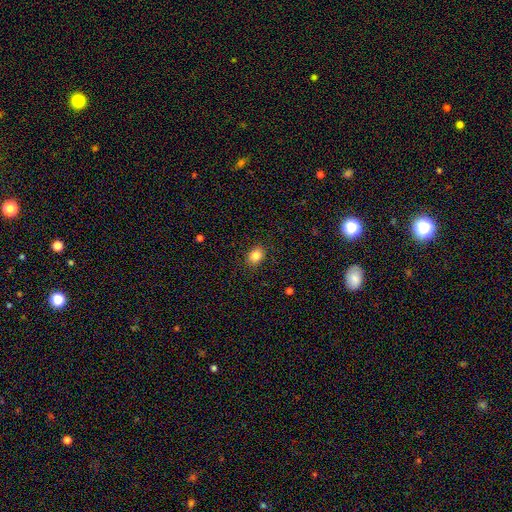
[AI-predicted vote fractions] Morphology: type=smooth (84%); roundness=in between (57%); merging=none (88%).